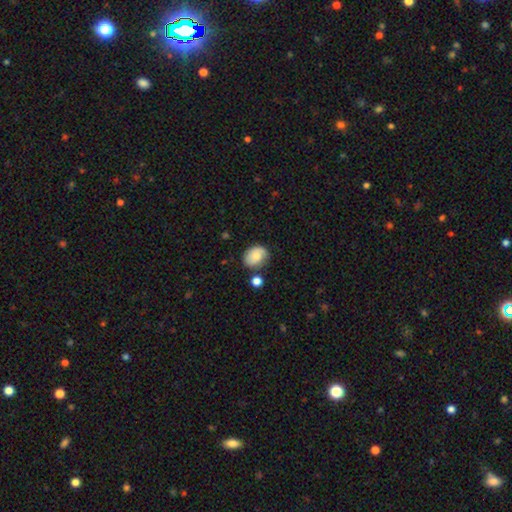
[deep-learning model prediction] The model was most divided on "how rounded": round: 51%, in between: 48%, cigar-shaped: 1%. More confident: smooth or featured — smooth (66%); merging — none (63%).